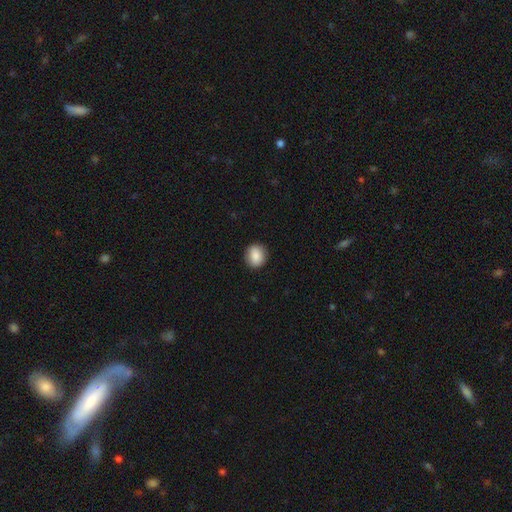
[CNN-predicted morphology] Smooth or featured? smooth (87%)
How rounded? round (77%)
Merging? none (90%)